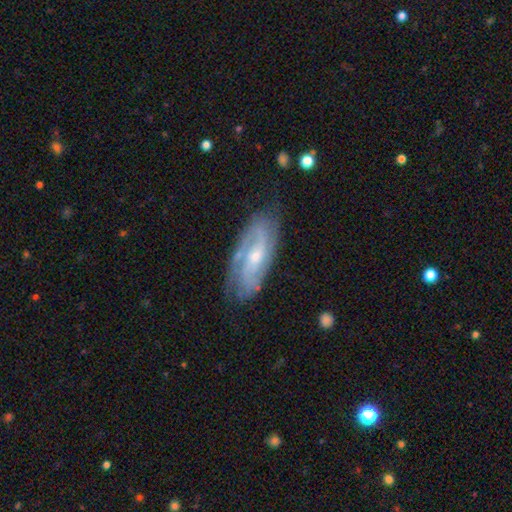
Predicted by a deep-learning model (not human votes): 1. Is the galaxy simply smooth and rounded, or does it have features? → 83% featured or disk, 12% smooth, 6% star or artifact.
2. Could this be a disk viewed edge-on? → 92% no, 8% yes.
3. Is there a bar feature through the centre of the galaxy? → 48% no, 40% weak, 12% strong.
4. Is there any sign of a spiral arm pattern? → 95% yes, 5% no.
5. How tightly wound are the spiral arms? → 44% medium, 42% tight, 15% loose.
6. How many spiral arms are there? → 63% 2, 18% can't tell, 11% 3, 3% 1, 3% 4, 2% more than 4.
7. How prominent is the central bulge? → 56% small, 40% moderate, 2% none, 2% large, 1% dominant.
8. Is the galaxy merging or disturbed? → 74% none, 19% minor disturbance, 5% major disturbance, 2% merger.